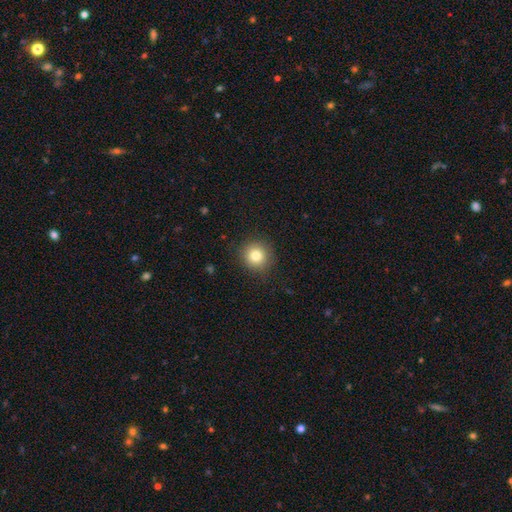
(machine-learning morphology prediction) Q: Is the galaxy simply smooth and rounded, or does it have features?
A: smooth — 81%.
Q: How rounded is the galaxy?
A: round — 92%.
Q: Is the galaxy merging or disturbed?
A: none — 89%.